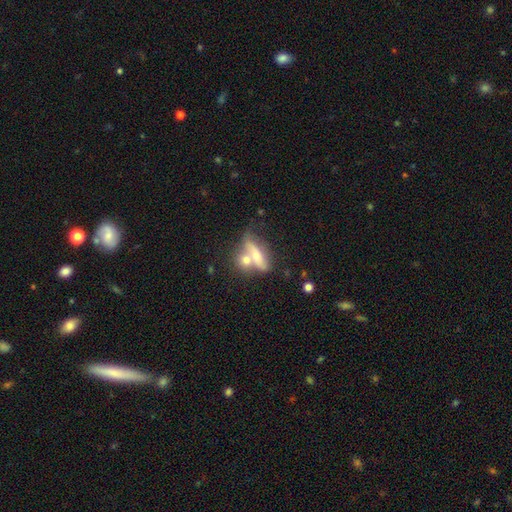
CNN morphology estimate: This appears to be a smooth galaxy with no disk features (55%) that is in between round and cigar-shaped (47%). Merging: merger (48%).